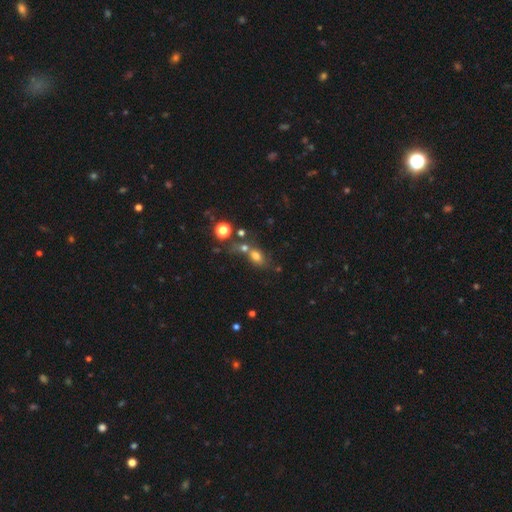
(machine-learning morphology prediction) This appears to be a smooth galaxy with no disk features (71%) that is in between round and cigar-shaped (64%). Merging: merger (44%).